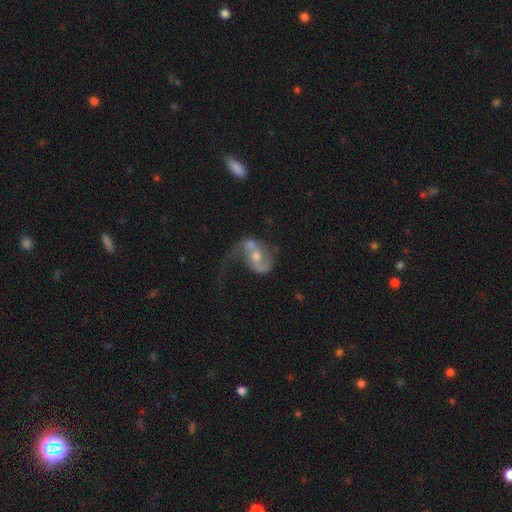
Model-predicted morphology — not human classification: This is likely a featured or disk galaxy (77%). It is clearly not viewed edge-on (96%). Bar: possibly no (45%). Spiral arm pattern: clearly yes (86%). Spiral arm count: likely 2 (71%). Spiral winding: likely loose (64%). Central bulge: possibly moderate (59%). Merging: marginally major disturbance (31%).